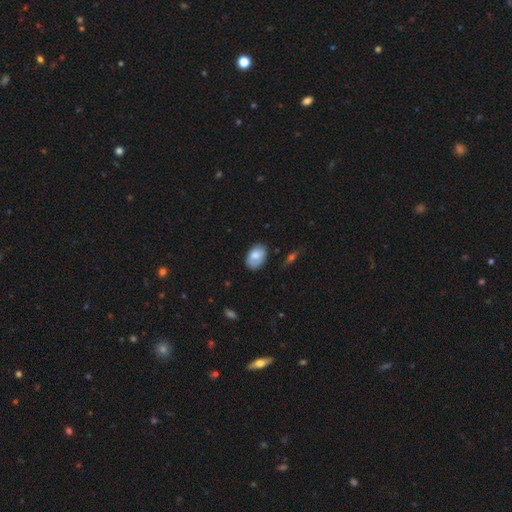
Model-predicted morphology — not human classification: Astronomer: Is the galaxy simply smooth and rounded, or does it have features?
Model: smooth — 74%.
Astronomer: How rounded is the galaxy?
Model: in between — 87%.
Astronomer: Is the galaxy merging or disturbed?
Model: none — 70%.